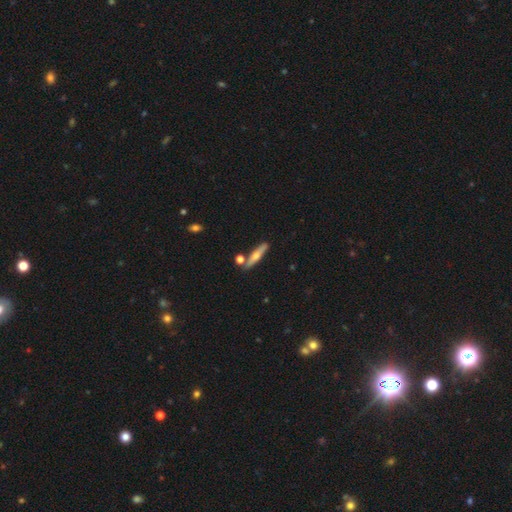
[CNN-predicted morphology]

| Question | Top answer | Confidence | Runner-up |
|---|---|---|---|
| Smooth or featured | featured or disk | 48% | smooth (46%) |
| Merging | none | 81% | minor disturbance (9%) |